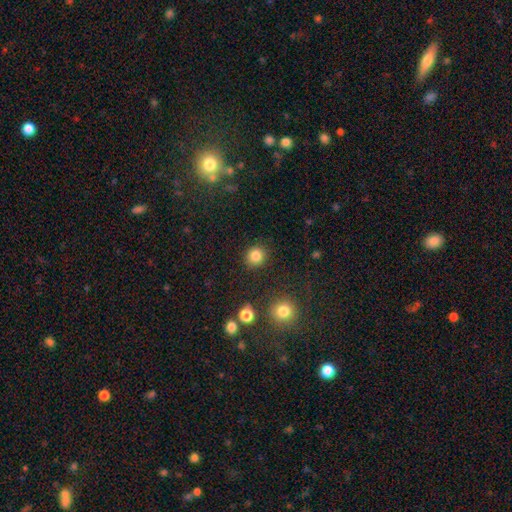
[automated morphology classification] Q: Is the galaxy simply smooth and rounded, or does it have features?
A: smooth — 84%.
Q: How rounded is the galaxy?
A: round — 88%.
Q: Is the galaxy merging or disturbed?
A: none — 89%.